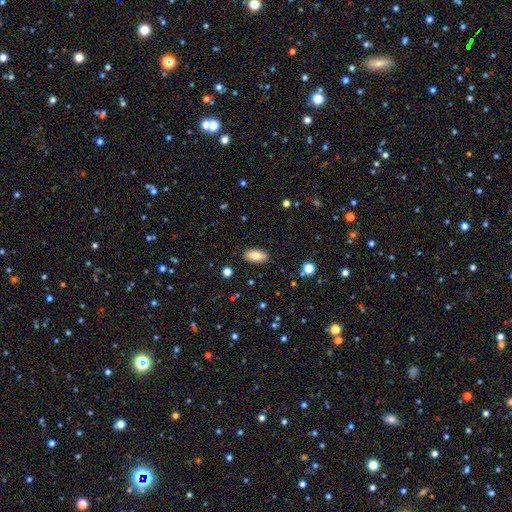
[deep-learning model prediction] Smooth or featured? Predicted: smooth (p=0.80). How rounded? Predicted: in between (p=0.87). Merging? Predicted: none (p=0.88).